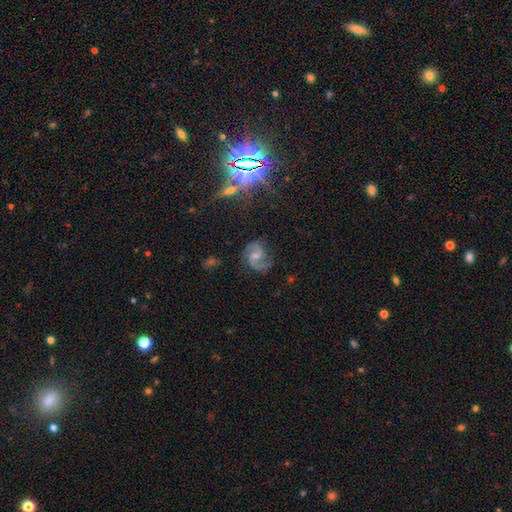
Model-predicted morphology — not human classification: Smooth or featured? Predicted: featured or disk (p=0.85). Edge-on disk? Predicted: no (p=0.98). Bar? Predicted: no (p=0.47). Spiral arms? Predicted: yes (p=0.97). Spiral winding? Predicted: medium (p=0.57). Spiral arm count? Predicted: 2 (p=0.89). Bulge size? Predicted: small (p=0.48). Merging? Predicted: none (p=0.72).